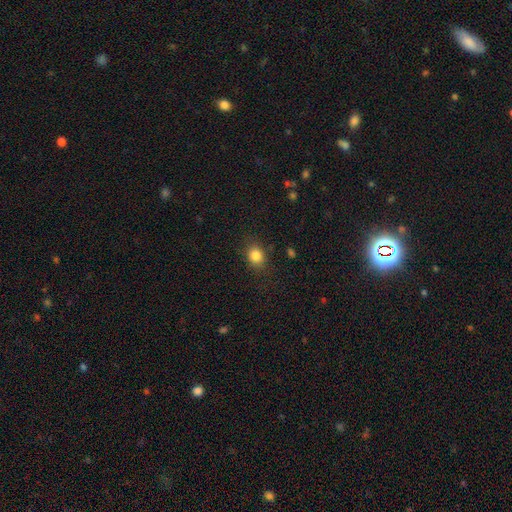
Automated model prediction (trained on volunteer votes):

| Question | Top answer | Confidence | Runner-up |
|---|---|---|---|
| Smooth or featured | smooth | 84% | star or artifact (11%) |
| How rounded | round | 58% | in between (40%) |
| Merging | none | 82% | minor disturbance (13%) |